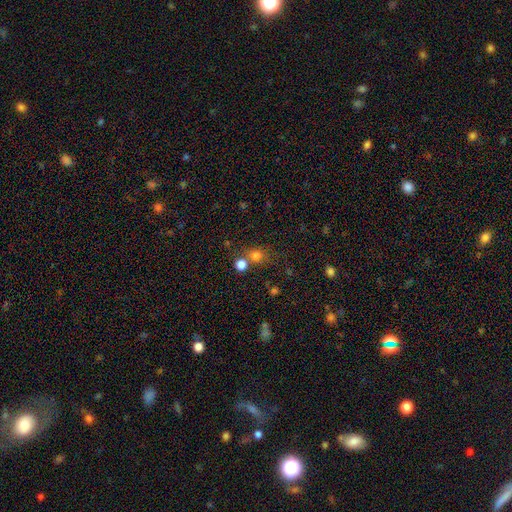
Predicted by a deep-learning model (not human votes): Smooth or featured?
  - smooth: 77% *
  - star or artifact: 16%
  - featured or disk: 7%
How rounded?
  - round: 82% *
  - in between: 17%
  - cigar-shaped: 1%
Merging?
  - none: 61% *
  - merger: 25%
  - minor disturbance: 10%
  - major disturbance: 5%